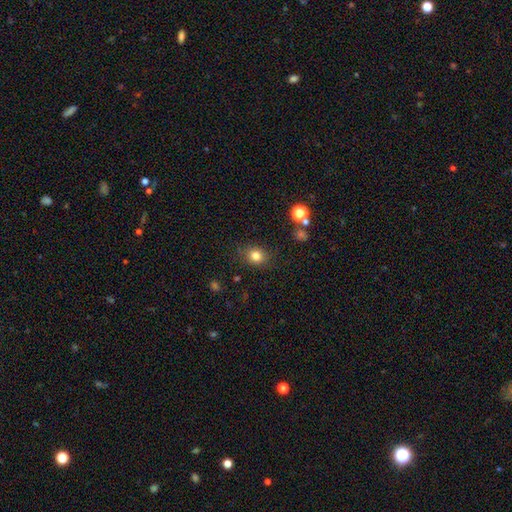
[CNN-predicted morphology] Smooth or featured? smooth (80%)
How rounded? round (68%)
Merging? none (84%)